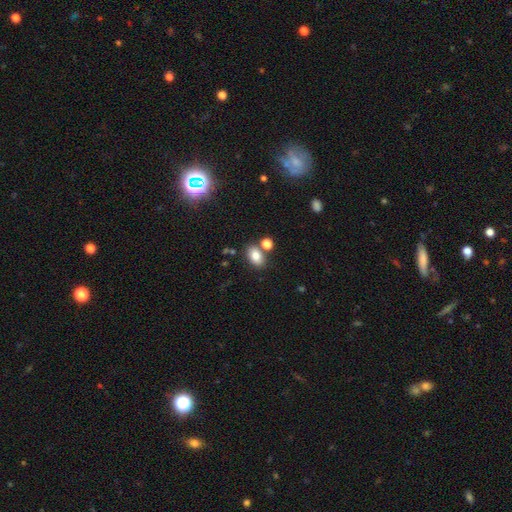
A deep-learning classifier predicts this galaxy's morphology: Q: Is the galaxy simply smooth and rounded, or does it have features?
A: smooth — 81%.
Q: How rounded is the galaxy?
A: in between — 85%.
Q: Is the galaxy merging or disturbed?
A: none — 69%.